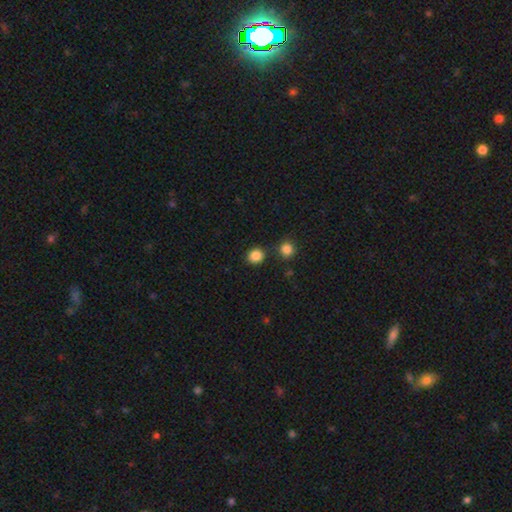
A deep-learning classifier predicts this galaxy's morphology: A smooth galaxy with no disk features (85%) that is round (82%). Merging: none (82%).